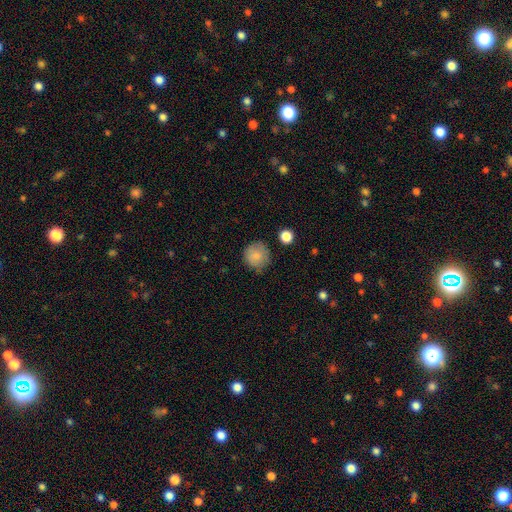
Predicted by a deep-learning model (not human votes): This is clearly a smooth galaxy (84%). How rounded: clearly round (91%). Merging: likely none (77%).